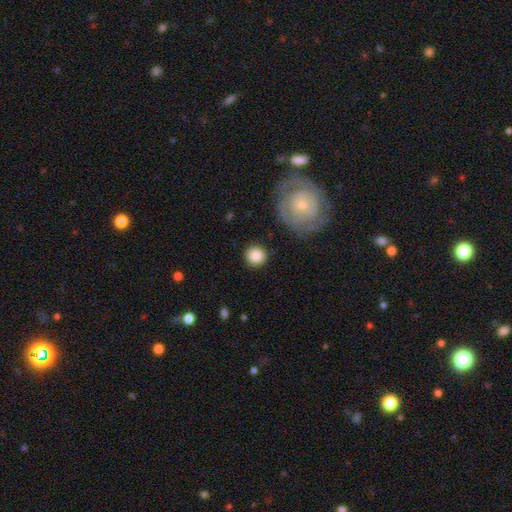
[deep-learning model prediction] Overall: smooth (86%). How rounded: round (94%). Merging: none (89%).